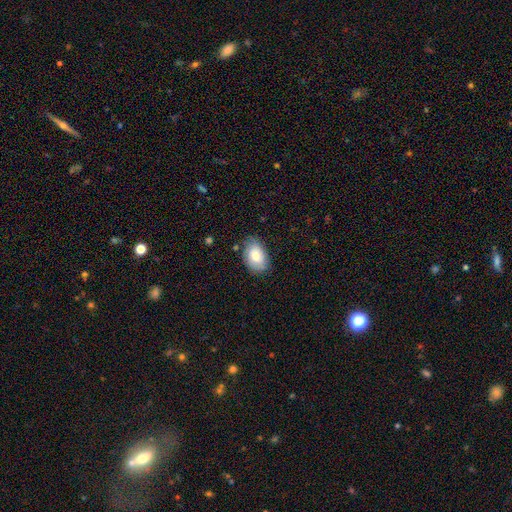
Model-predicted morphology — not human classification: Smooth or featured: smooth — 74% (featured or disk — 18%)
How rounded: in between — 86% (round — 13%)
Merging: none — 74% (minor disturbance — 21%)